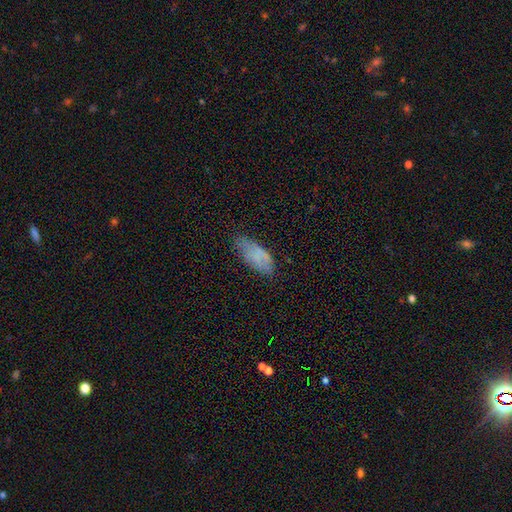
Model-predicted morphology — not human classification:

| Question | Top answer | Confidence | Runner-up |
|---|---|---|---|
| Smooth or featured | smooth | 67% | featured or disk (21%) |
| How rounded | in between | 86% | cigar-shaped (12%) |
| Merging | none | 57% | minor disturbance (30%) |